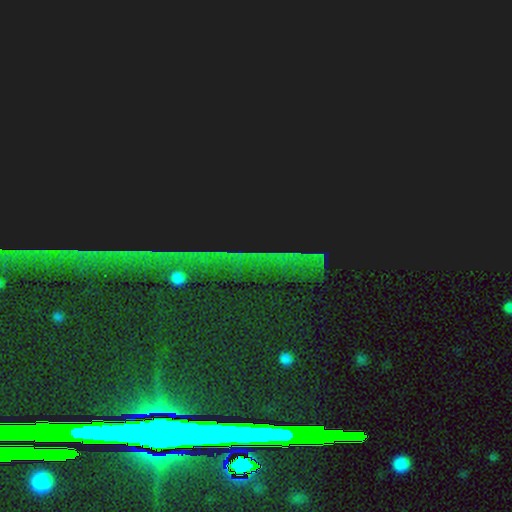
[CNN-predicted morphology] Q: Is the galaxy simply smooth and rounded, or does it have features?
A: star or artifact — 83%.